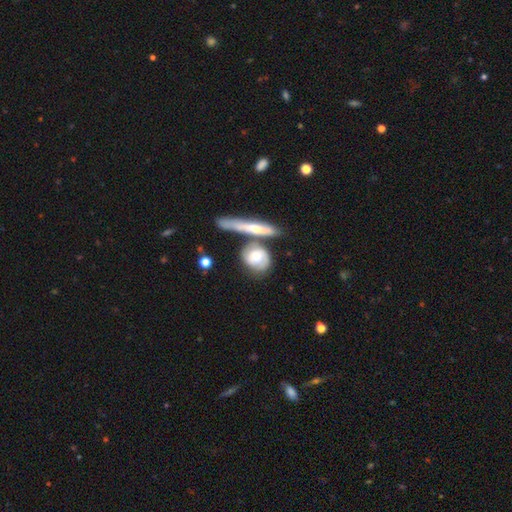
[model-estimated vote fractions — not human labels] Smooth or featured? Predicted: smooth (p=0.50). Merging? Predicted: none (p=0.45).